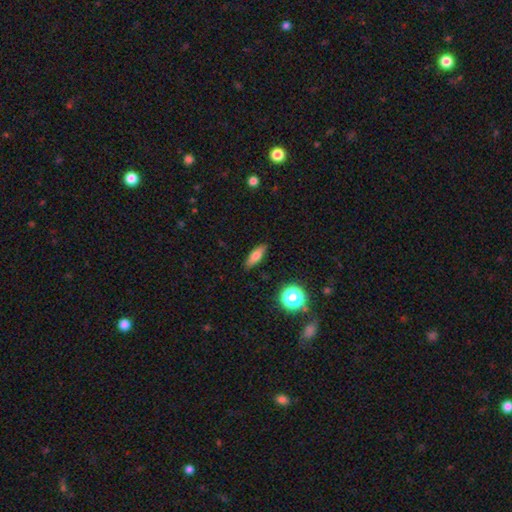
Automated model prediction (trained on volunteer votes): smooth-or-featured: smooth: 70% | featured or disk: 20% | star or artifact: 10%
  how-rounded: in between: 49% | cigar-shaped: 45% | round: 5%
  merging: none: 87% | minor disturbance: 9% | major disturbance: 2% | merger: 1%